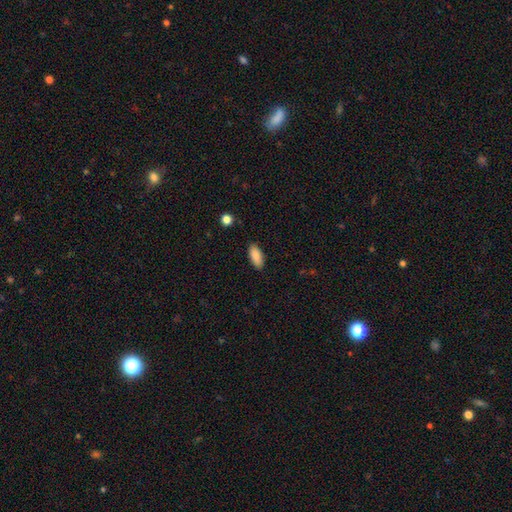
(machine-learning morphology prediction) Smooth or featured? Predicted: smooth (p=0.88). How rounded? Predicted: in between (p=0.85). Merging? Predicted: none (p=0.87).